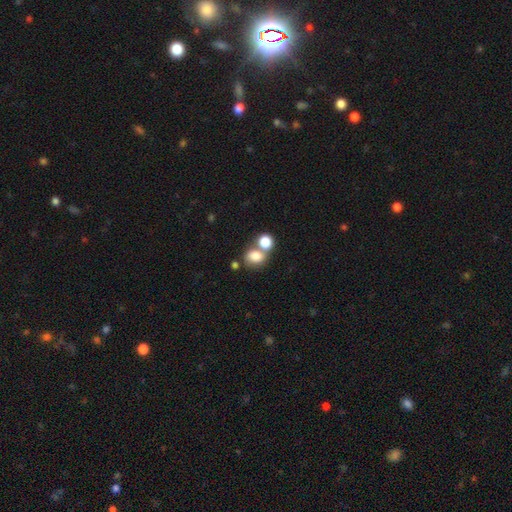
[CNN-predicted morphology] This appears to be a smooth galaxy with no disk features (78%) that is in between round and cigar-shaped (51%). Merging: merger (46%).